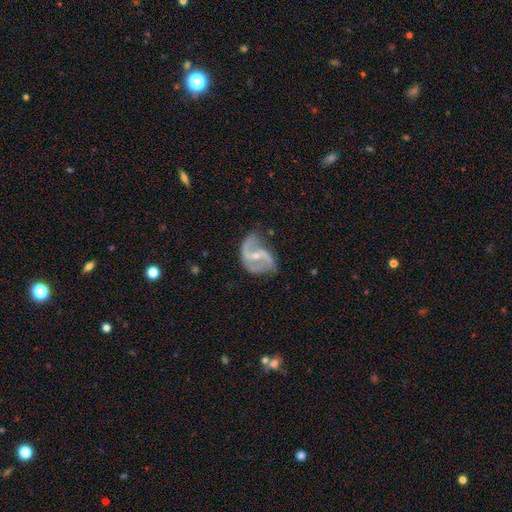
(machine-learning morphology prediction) Overall: featured or disk (88%). Edge-on disk: no (98%). Bar: weak (43%; strong 34%). Spiral arms: yes (95%). Spiral arm count: 2 (89%). Spiral winding: loose (55%; medium 36%). Bulge size: small (59%; moderate 37%). Merging: none (55%; minor disturbance 27%).